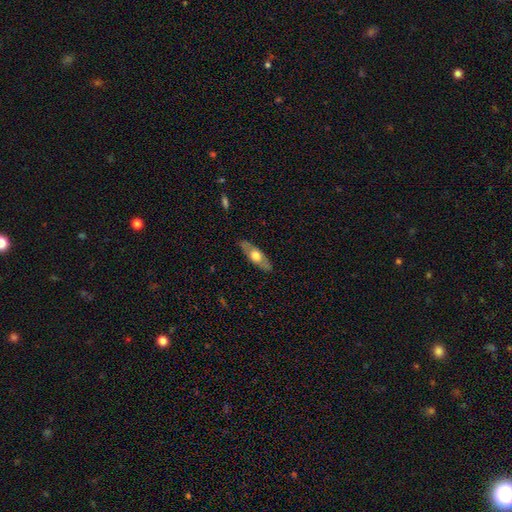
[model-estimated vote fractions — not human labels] Smooth or featured? smooth (49%)
Merging? none (87%)